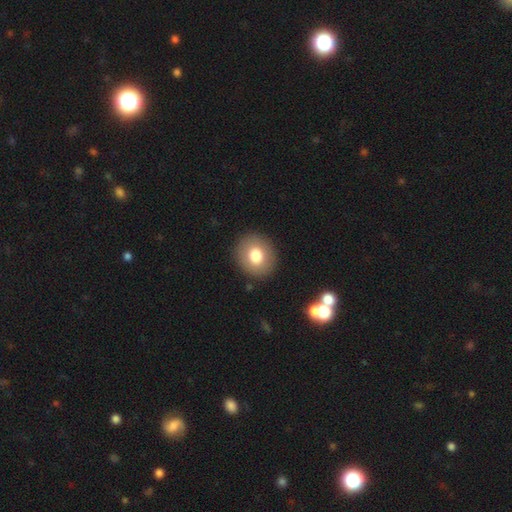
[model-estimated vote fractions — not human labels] smooth 77%, featured or disk 14%, star or artifact 9%. Down the decision tree: how rounded — round (82%); merging — none (90%).